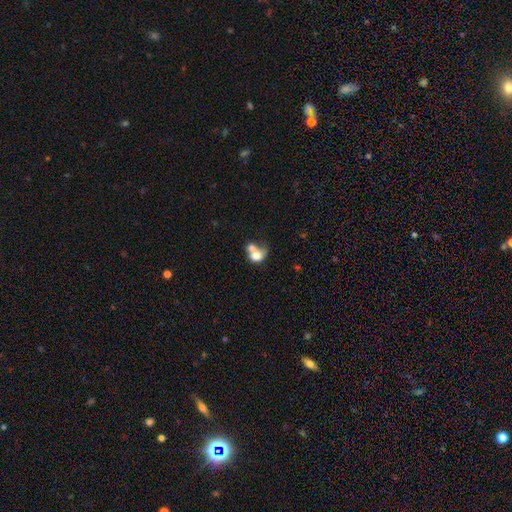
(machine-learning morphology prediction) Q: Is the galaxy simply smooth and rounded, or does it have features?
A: smooth — 67%.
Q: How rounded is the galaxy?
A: in between — 54%.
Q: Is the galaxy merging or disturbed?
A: merger — 68%.